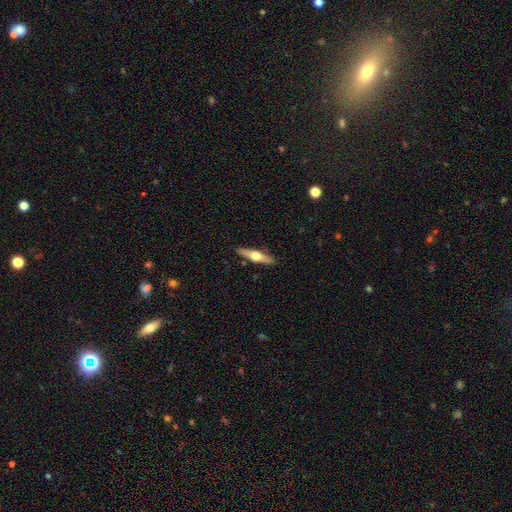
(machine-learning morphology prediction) Smooth or featured? featured or disk (63%)
Edge-on disk? yes (95%)
Edge-on bulge? rounded (96%)
Merging? none (90%)